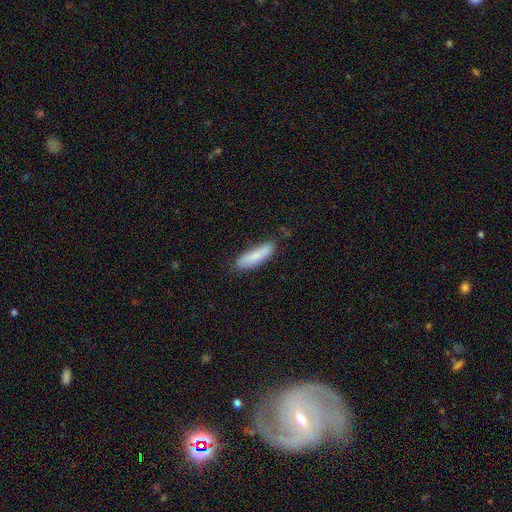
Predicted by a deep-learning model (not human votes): A smooth galaxy with no disk features (82%) that is cigar-shaped (69%).

Vote fractions:
- Smooth or featured? smooth: 82% / featured or disk: 12% / star or artifact: 6%
- How rounded? cigar-shaped: 69% / in between: 30% / round: 1%
- Merging? none: 72% / minor disturbance: 21% / major disturbance: 4% / merger: 3%